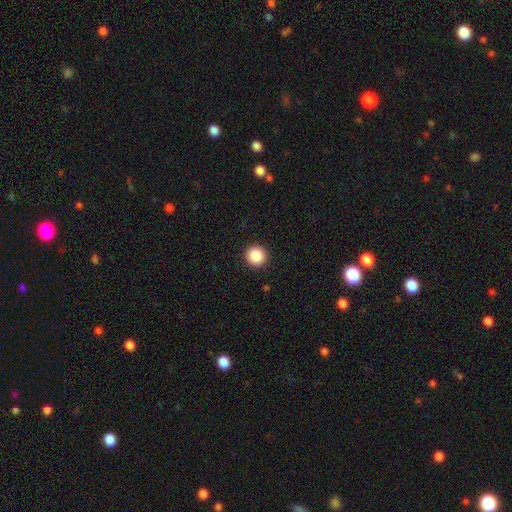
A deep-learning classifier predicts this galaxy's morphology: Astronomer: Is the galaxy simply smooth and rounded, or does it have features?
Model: smooth — 88%.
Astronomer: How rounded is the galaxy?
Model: round — 96%.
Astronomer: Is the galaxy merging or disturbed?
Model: none — 93%.